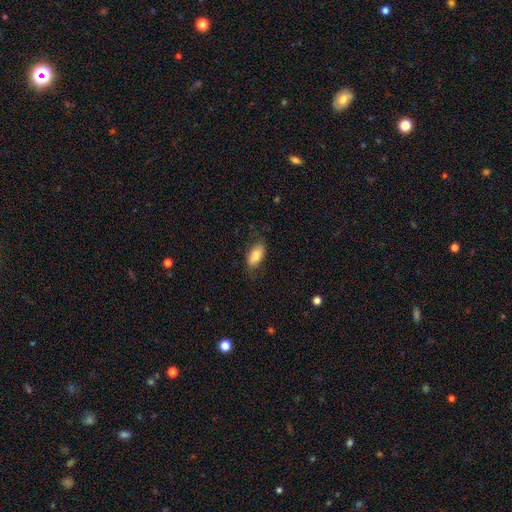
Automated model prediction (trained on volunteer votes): Overall: smooth (80%). How rounded: in between (88%). Merging: none (71%).